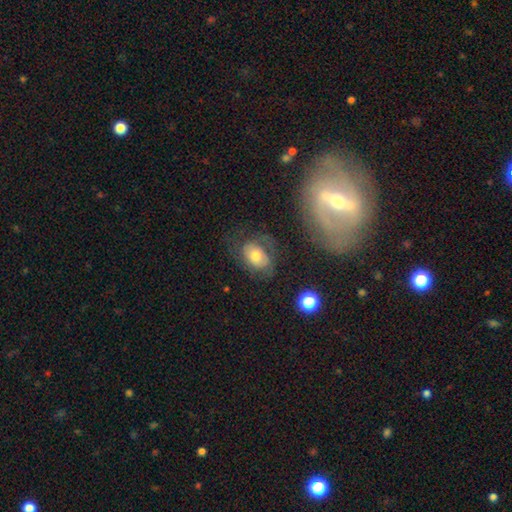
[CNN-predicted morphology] This is possibly a smooth galaxy (52%). How rounded: likely in between (77%). Merging: possibly none (55%).